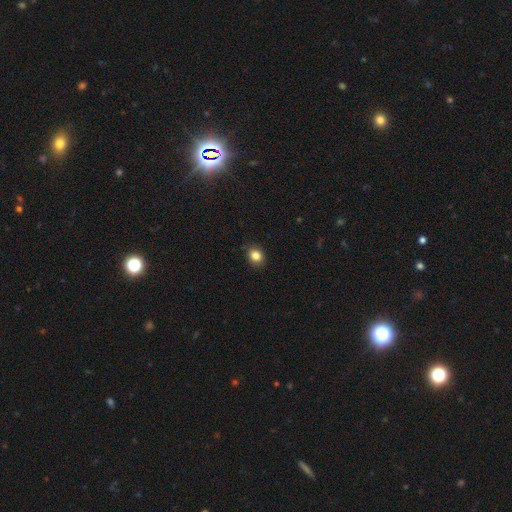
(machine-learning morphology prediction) smooth-or-featured: smooth: 84% | star or artifact: 11% | featured or disk: 5%
  how-rounded: round: 68% | in between: 31% | cigar-shaped: 1%
  merging: none: 88% | minor disturbance: 9% | major disturbance: 2% | merger: 1%